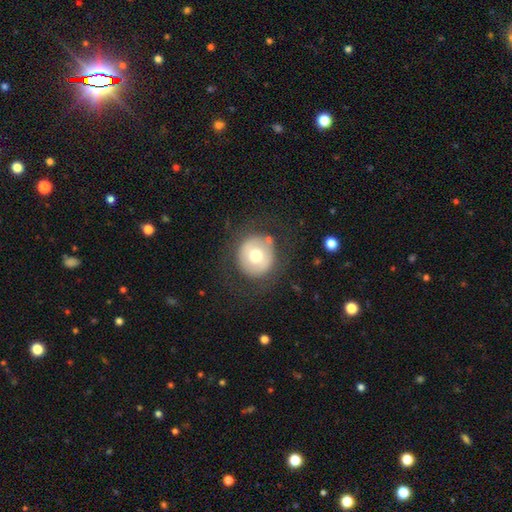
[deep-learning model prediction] This appears to be a smooth galaxy with no disk features (59%) that is round (89%). Merging: none (77%).